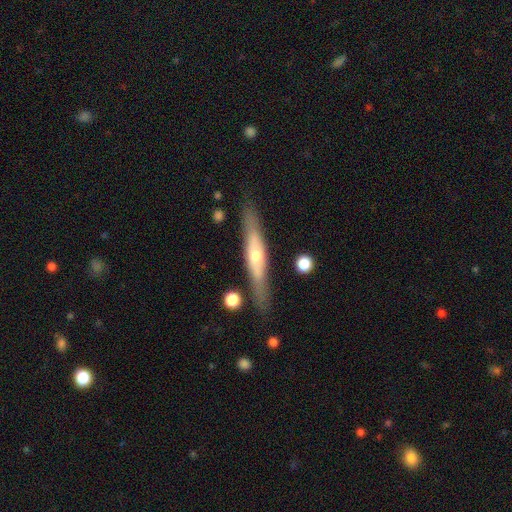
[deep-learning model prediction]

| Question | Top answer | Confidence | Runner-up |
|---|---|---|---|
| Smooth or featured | featured or disk | 61% | smooth (33%) |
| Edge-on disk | yes | 88% | no (12%) |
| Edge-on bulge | rounded | 85% | none (10%) |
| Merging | none | 82% | minor disturbance (12%) |